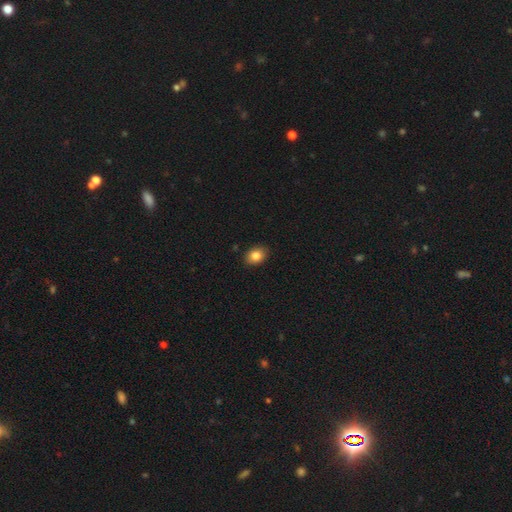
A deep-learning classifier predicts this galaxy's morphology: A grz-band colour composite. It shows a smooth galaxy with no disk features (84%) that is in between round and cigar-shaped (68%). Merging: none (88%).